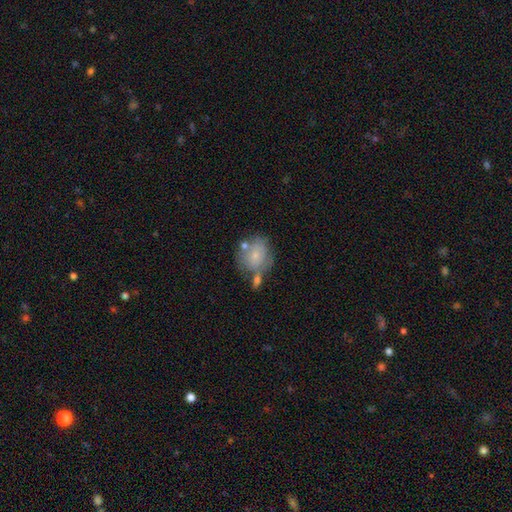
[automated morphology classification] smooth_or_featured: smooth (p=0.63) [alt: featured or disk p=0.28]
how_rounded: round (p=0.66) [alt: in between p=0.33]
merging: none (p=0.43) [alt: merger p=0.26]